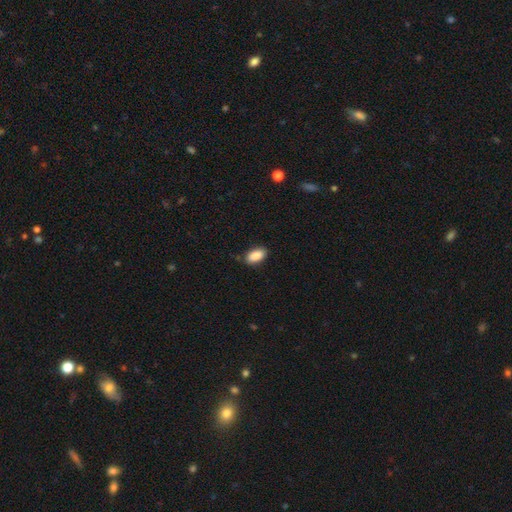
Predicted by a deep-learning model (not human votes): Smooth or featured? Predicted: smooth (p=0.89). How rounded? Predicted: in between (p=0.92). Merging? Predicted: none (p=0.83).